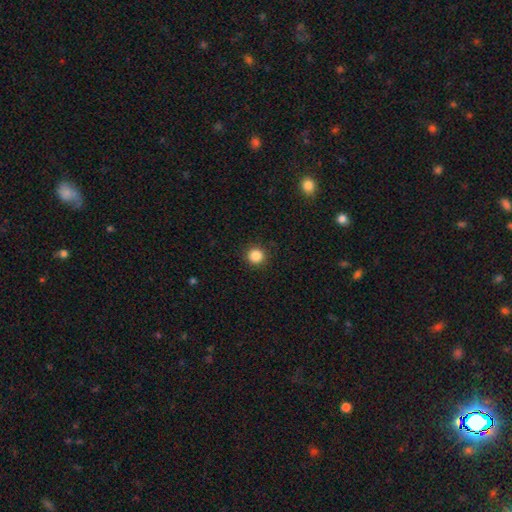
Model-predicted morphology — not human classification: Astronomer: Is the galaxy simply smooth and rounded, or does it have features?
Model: smooth — 86%.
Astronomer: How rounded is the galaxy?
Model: round — 94%.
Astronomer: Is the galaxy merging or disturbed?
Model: none — 92%.